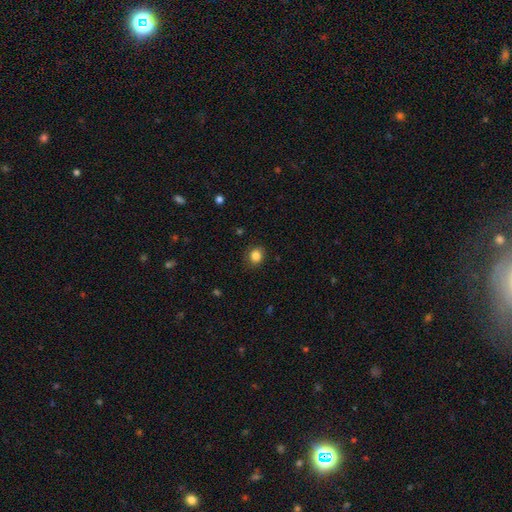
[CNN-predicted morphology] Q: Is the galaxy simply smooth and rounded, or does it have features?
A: smooth — 85%.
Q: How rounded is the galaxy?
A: round — 69%.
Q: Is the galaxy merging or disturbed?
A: none — 84%.